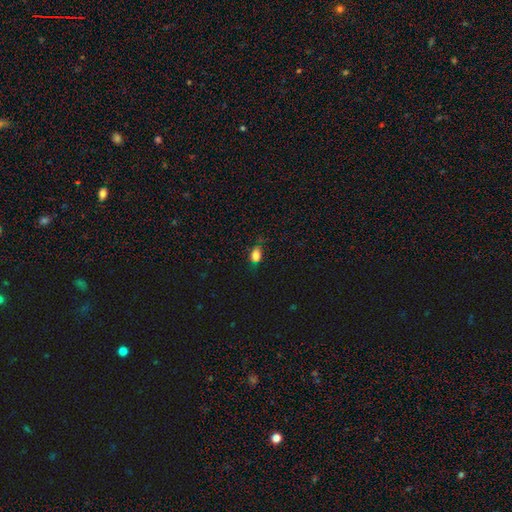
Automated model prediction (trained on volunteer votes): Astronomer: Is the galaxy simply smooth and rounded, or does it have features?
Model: smooth — 83%.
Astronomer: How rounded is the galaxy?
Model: in between — 81%.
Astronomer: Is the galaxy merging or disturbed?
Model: none — 67%.